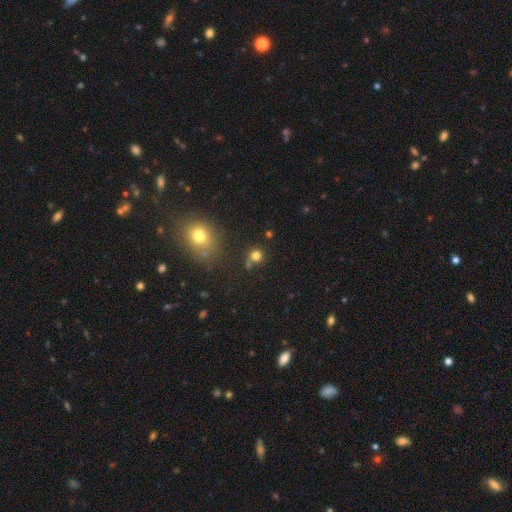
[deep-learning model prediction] A smooth galaxy with no disk features (76%) that is round (89%).

Vote fractions:
- Smooth or featured? smooth: 76% / star or artifact: 18% / featured or disk: 7%
- How rounded? round: 89% / in between: 10% / cigar-shaped: 1%
- Merging? none: 71% / merger: 14% / minor disturbance: 10% / major disturbance: 4%